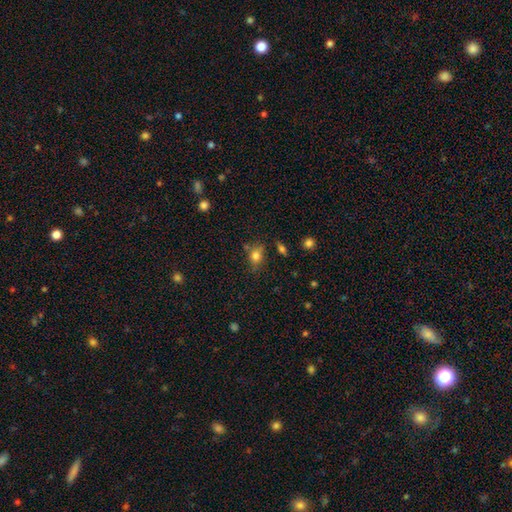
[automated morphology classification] smooth-or-featured: smooth: 80% | star or artifact: 11% | featured or disk: 10%
  how-rounded: in between: 61% | round: 36% | cigar-shaped: 2%
  merging: none: 66% | minor disturbance: 21% | merger: 7% | major disturbance: 6%